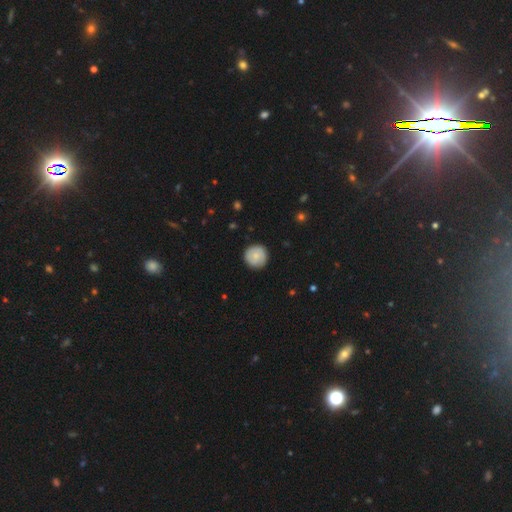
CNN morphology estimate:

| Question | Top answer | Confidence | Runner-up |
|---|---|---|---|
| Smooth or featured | smooth | 75% | featured or disk (19%) |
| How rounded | round | 95% | in between (4%) |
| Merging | none | 89% | minor disturbance (9%) |